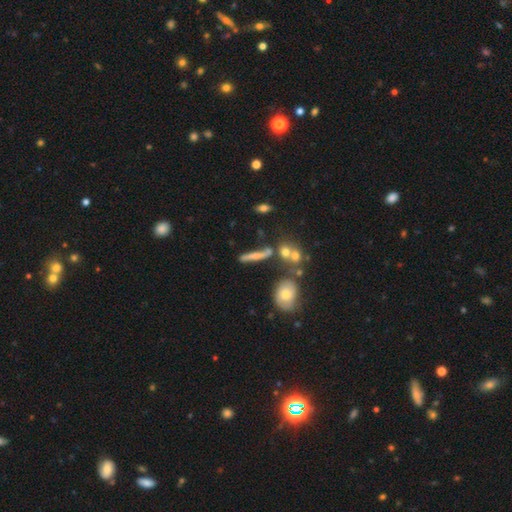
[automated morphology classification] This is possibly a smooth galaxy (48%). Merging: possibly none (56%).